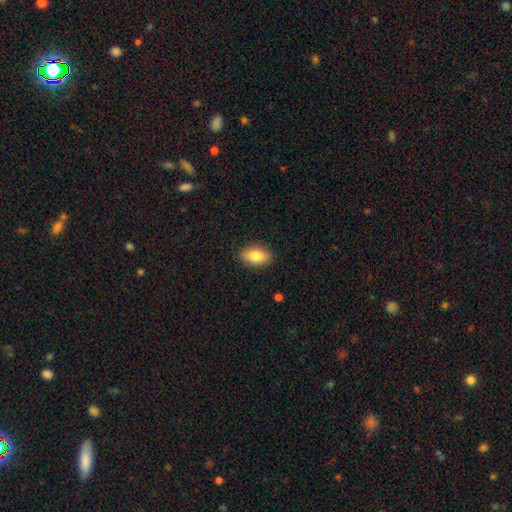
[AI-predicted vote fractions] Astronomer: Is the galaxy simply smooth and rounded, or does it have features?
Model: smooth — 84%.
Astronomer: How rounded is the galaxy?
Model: in between — 89%.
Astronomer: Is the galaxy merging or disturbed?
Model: none — 87%.